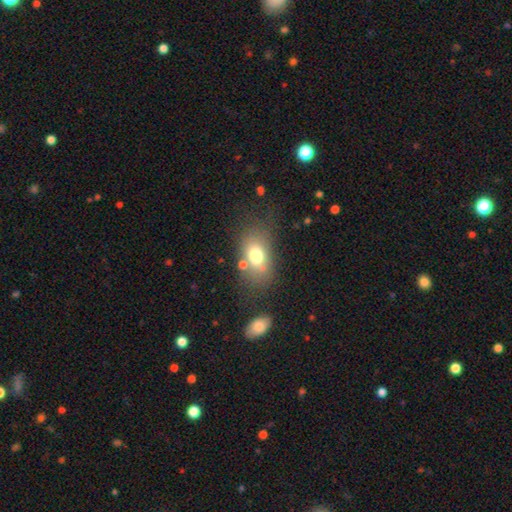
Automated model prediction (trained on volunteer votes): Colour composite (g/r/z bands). It shows a smooth galaxy with no disk features (71%) that is in between round and cigar-shaped (77%). Merging: none (61%).